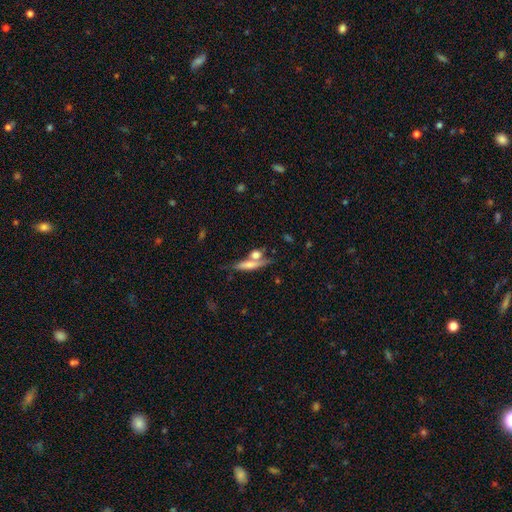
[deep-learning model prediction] Smooth or featured? Predicted: smooth (p=0.63). How rounded? Predicted: cigar-shaped (p=0.56). Merging? Predicted: none (p=0.50).